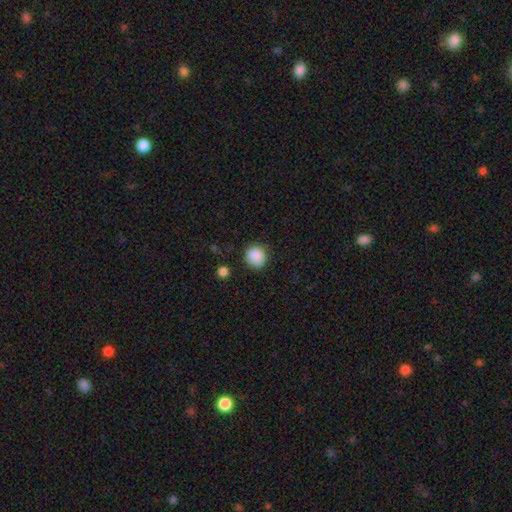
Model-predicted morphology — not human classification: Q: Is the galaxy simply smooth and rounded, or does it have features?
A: smooth — 88%.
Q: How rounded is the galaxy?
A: round — 89%.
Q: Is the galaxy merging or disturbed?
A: none — 80%.